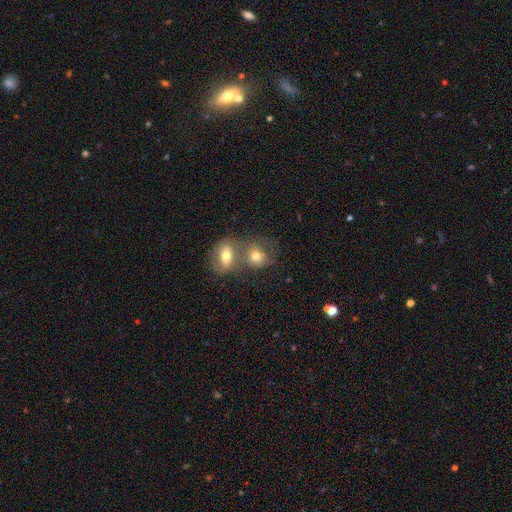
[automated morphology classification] Smooth or featured? smooth (70%)
How rounded? round (57%)
Merging? merger (56%)